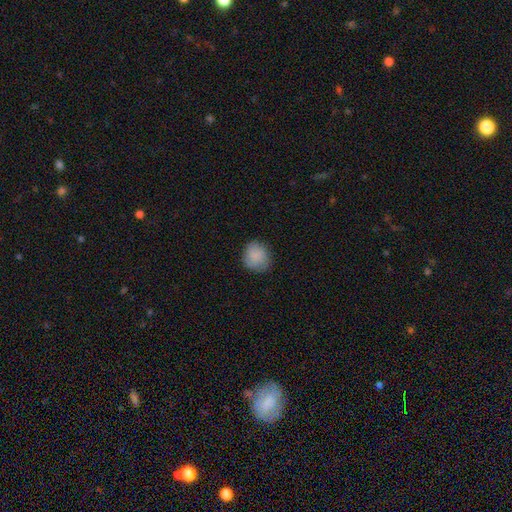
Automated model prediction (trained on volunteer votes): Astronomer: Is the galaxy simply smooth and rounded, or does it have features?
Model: smooth — 86%.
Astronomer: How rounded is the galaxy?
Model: round — 80%.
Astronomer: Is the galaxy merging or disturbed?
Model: none — 79%.